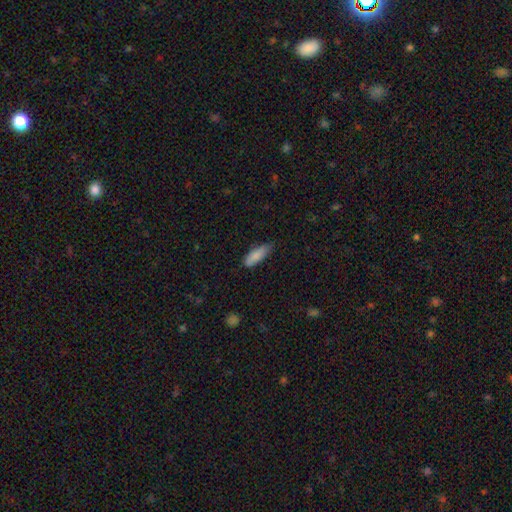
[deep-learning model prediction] smooth 85%, featured or disk 9%, star or artifact 6%. Down the decision tree: how rounded — in between (59%); merging — none (69%).